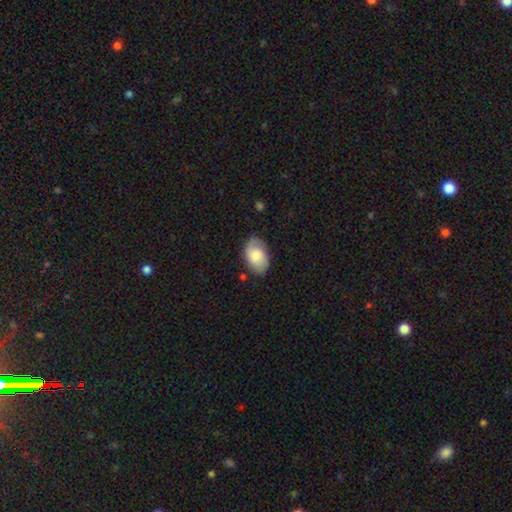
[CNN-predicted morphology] This is possibly a smooth galaxy (56%). How rounded: clearly in between (90%). Merging: likely none (71%).